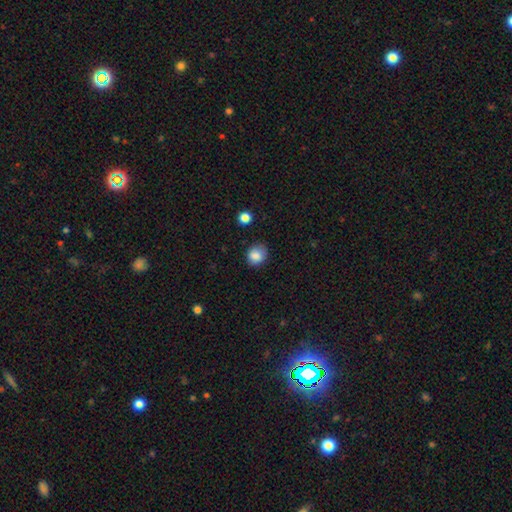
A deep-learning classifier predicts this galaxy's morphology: type=smooth (85%); roundness=round (69%); merging=none (73%).